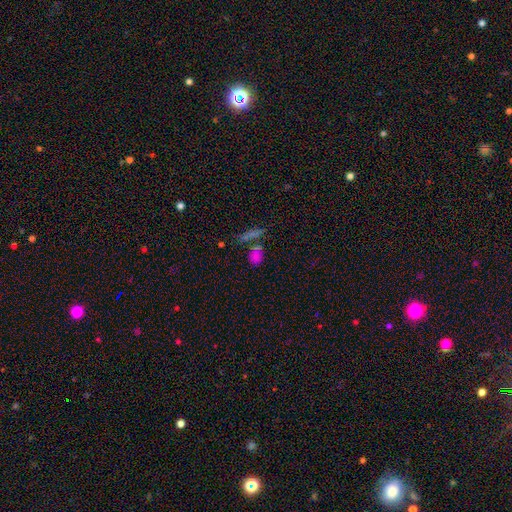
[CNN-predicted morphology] Overall: smooth (59%; star or artifact 30%). How rounded: in between (60%; round 33%). Merging: none (54%; merger 24%).